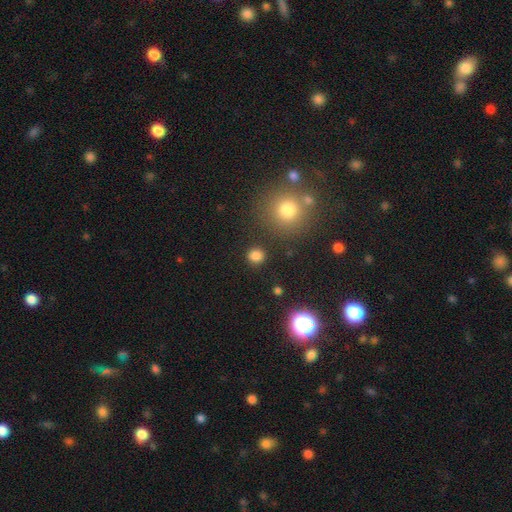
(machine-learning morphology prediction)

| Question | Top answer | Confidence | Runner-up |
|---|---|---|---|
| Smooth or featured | smooth | 81% | star or artifact (15%) |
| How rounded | round | 90% | in between (9%) |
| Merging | none | 89% | minor disturbance (6%) |